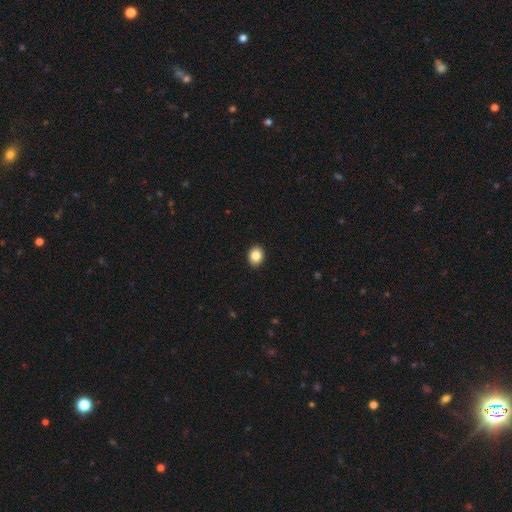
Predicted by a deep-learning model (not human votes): This is clearly a smooth galaxy (85%). How rounded: possibly in between (52%). Merging: clearly none (92%).